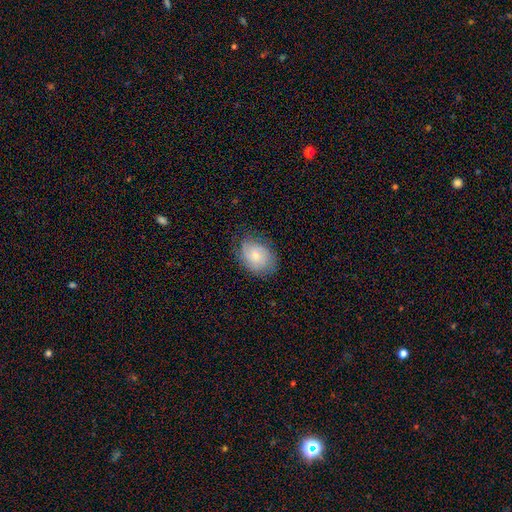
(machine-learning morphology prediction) This appears to be a smooth galaxy with no disk features (53%) that is in between round and cigar-shaped (69%). Merging: none (74%).